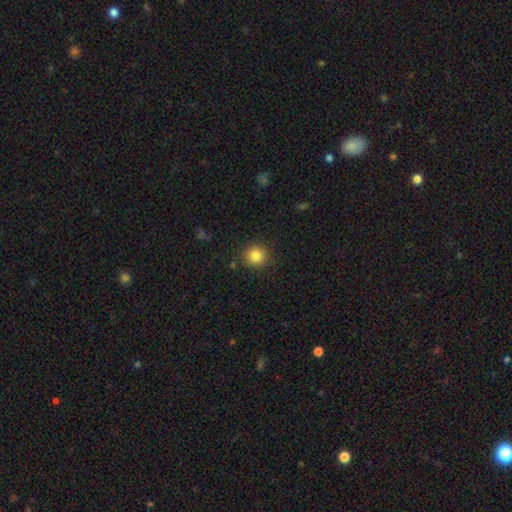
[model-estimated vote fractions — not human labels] A smooth galaxy with no disk features (85%) that is round (92%).

Vote fractions:
- Smooth or featured? smooth: 85% / star or artifact: 10% / featured or disk: 5%
- How rounded? round: 92% / in between: 7% / cigar-shaped: 1%
- Merging? none: 89% / minor disturbance: 7% / major disturbance: 2% / merger: 2%